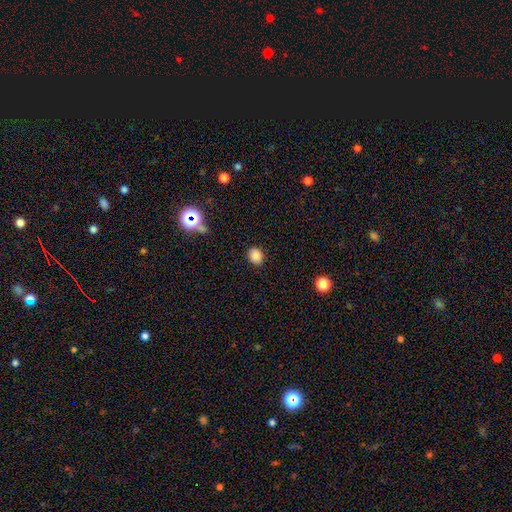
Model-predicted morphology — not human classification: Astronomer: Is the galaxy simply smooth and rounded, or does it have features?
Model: smooth — 84%.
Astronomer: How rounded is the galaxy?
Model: round — 55% (runner-up: in between, 44%).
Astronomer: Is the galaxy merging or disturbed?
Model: none — 89%.